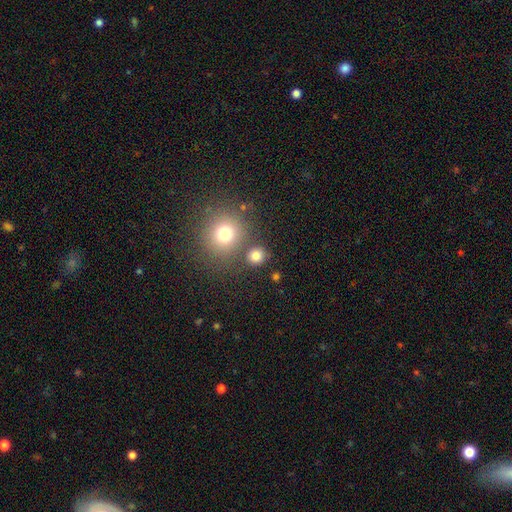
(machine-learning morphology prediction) Q: Smooth or featured?
A: smooth (79%); runner-up: star or artifact (15%)
Q: How rounded?
A: round (85%); runner-up: in between (14%)
Q: Merging?
A: none (76%); runner-up: merger (12%)